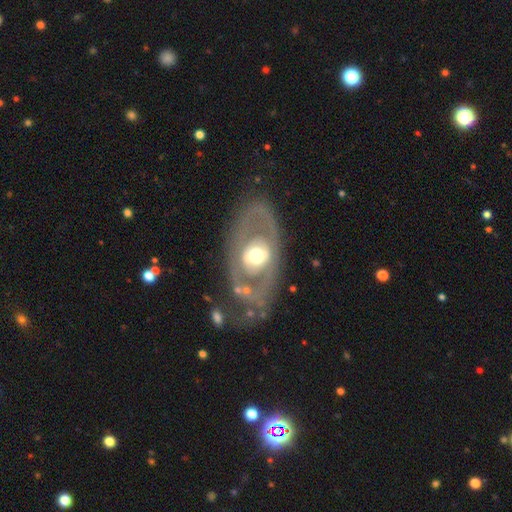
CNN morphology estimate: This appears to be a featured or disk galaxy (68%) with no bar (73%), no spiral arms (77%) and a moderate central bulge (61%). Merging: none (71%).